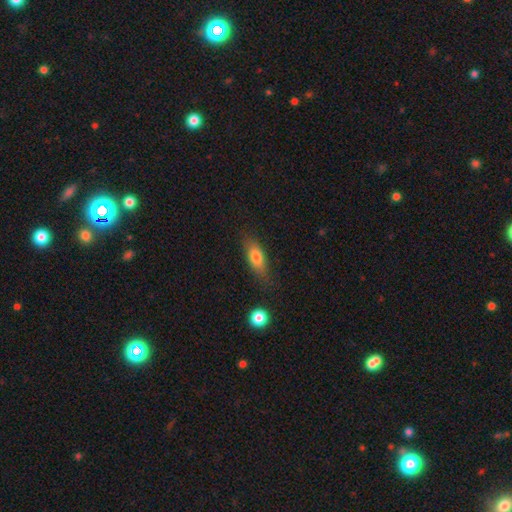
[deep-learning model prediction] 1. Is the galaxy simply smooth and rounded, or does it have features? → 72% smooth, 19% featured or disk, 9% star or artifact.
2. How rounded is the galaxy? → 67% in between, 28% cigar-shaped, 5% round.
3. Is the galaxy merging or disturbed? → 75% none, 18% minor disturbance, 5% major disturbance, 2% merger.